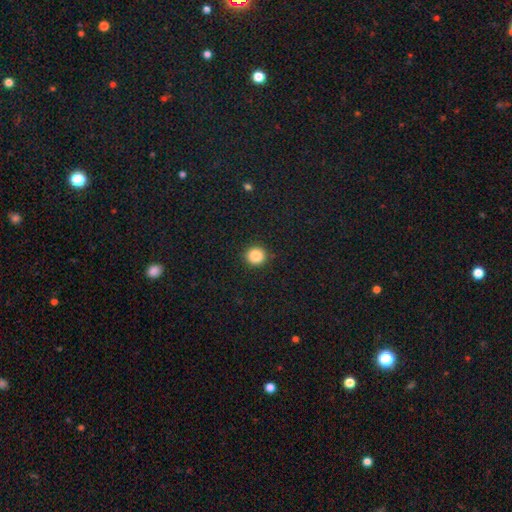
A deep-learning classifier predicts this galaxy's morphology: Smooth or featured? smooth (86%)
How rounded? round (93%)
Merging? none (92%)